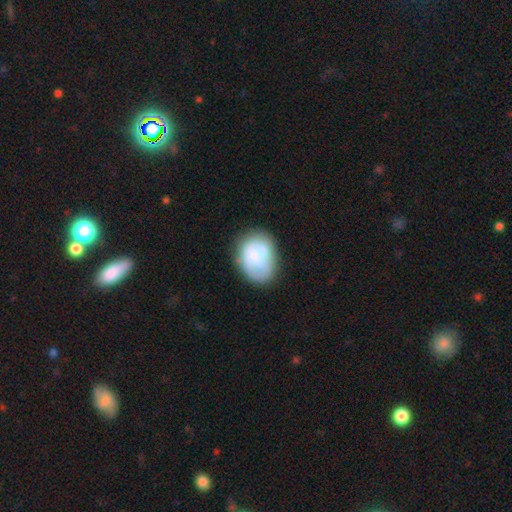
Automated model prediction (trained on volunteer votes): A smooth galaxy with no disk features (58%) that is in between round and cigar-shaped (62%).

Vote fractions:
- Smooth or featured? smooth: 58% / featured or disk: 35% / star or artifact: 7%
- How rounded? in between: 62% / round: 37% / cigar-shaped: 1%
- Merging? none: 58% / minor disturbance: 26% / major disturbance: 11% / merger: 5%